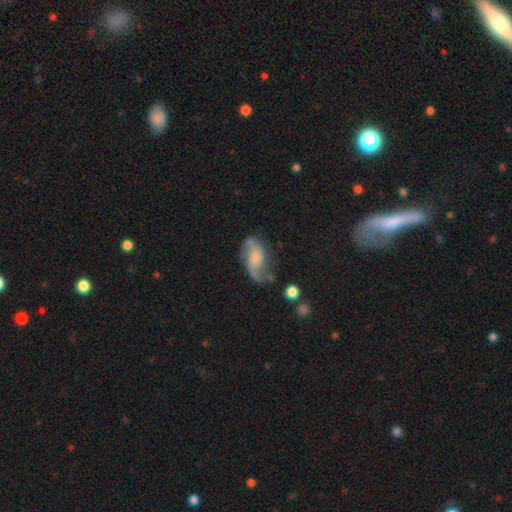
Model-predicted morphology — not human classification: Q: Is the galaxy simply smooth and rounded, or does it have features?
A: featured or disk — 71%.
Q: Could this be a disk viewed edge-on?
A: no — 96%.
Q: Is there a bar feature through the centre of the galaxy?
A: no — 61%.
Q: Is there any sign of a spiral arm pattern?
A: yes — 91%.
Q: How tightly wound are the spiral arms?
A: loose — 49%.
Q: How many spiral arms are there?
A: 2 — 76%.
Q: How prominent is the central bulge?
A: moderate — 35%.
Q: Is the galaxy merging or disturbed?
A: none — 54%.